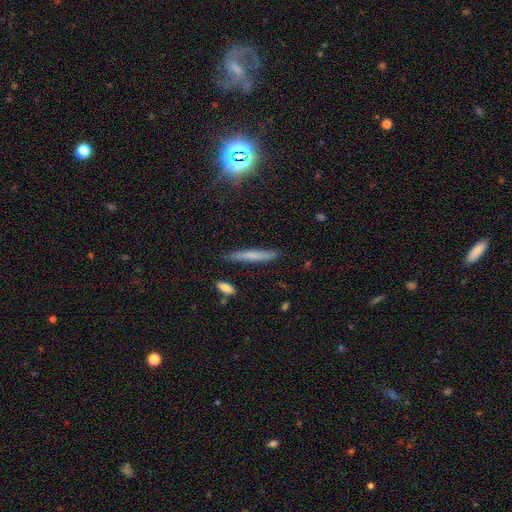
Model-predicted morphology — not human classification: smooth 66%, featured or disk 26%, star or artifact 8%. Down the decision tree: how rounded — cigar-shaped (93%); merging — none (83%).